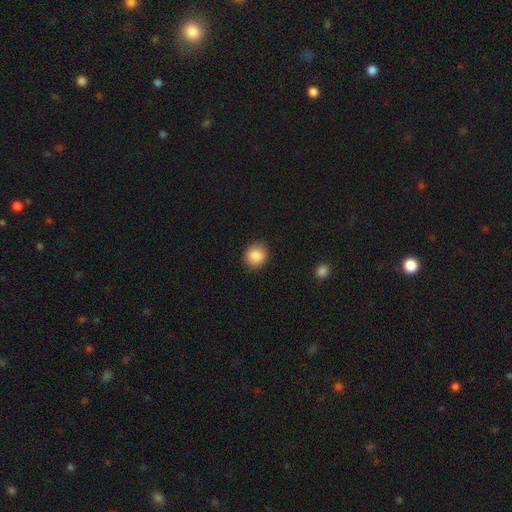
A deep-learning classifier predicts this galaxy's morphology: A smooth galaxy with no disk features (86%) that is round (78%).

Vote fractions:
- Smooth or featured? smooth: 86% / star or artifact: 9% / featured or disk: 5%
- How rounded? round: 78% / in between: 21% / cigar-shaped: 1%
- Merging? none: 89% / minor disturbance: 8% / major disturbance: 2% / merger: 1%